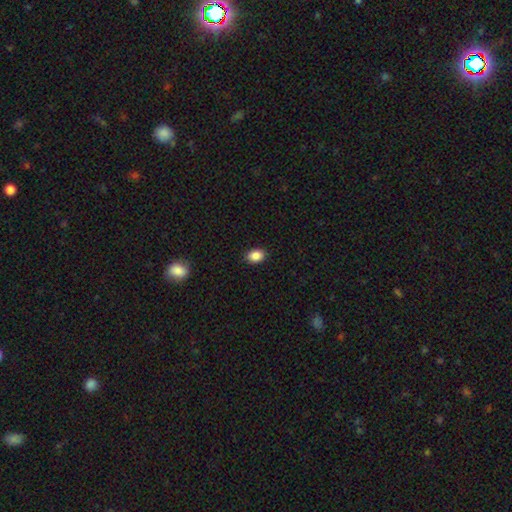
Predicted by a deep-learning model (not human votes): Smooth or featured? smooth (87%)
How rounded? in between (74%)
Merging? none (89%)